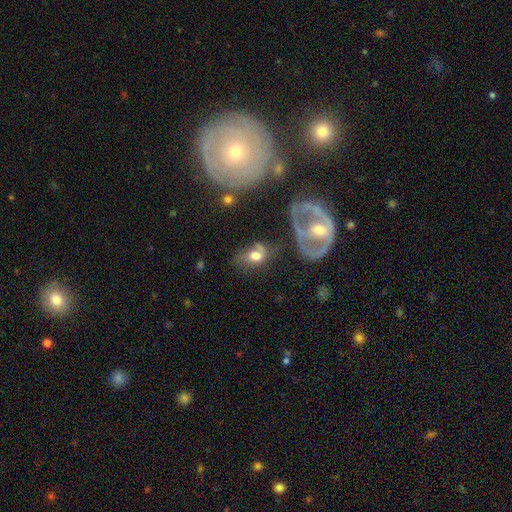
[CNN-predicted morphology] smooth_or_featured: smooth (p=0.52) [alt: featured or disk p=0.35]
how_rounded: in between (p=0.72) [alt: round p=0.25]
merging: none (p=0.37) [alt: major disturbance p=0.24]